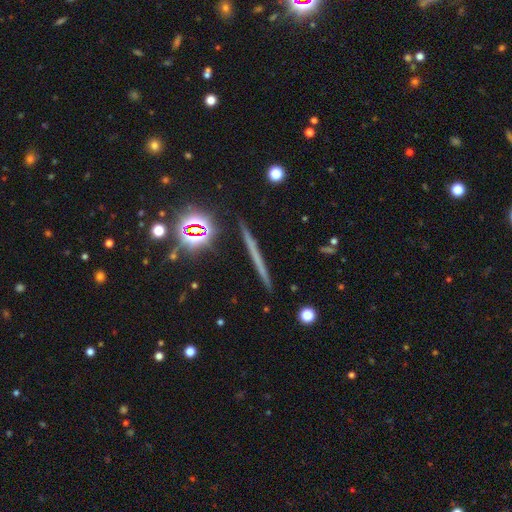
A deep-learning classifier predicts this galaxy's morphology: featured or disk 48%, smooth 36%, star or artifact 16%. Down the decision tree: merging — none (91%).